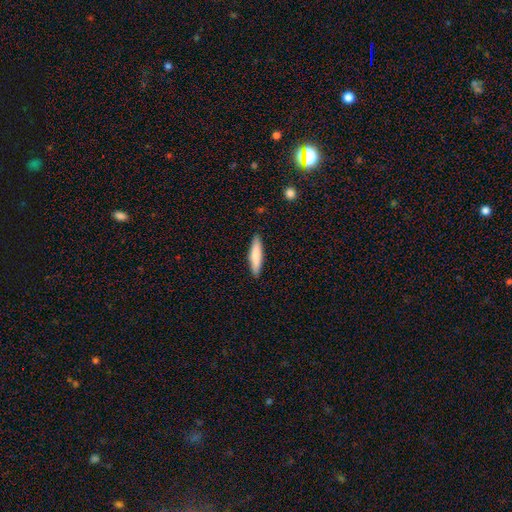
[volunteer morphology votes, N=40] This appears to be a smooth galaxy with no disk features (78%) that is cigar-shaped (84%). Merging: none (90%).